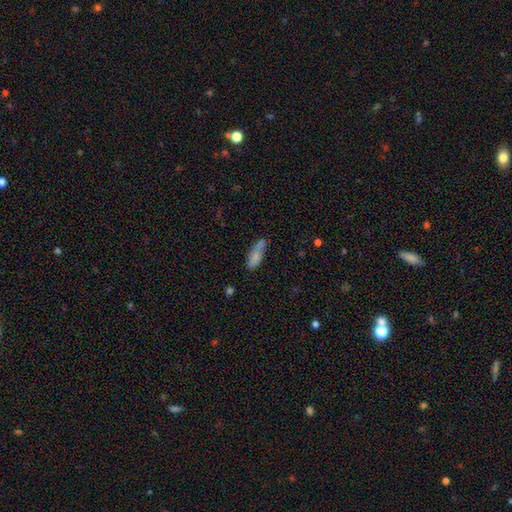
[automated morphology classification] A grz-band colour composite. It shows a smooth galaxy with no disk features (75%) that is in between round and cigar-shaped (61%). Merging: none (53%).